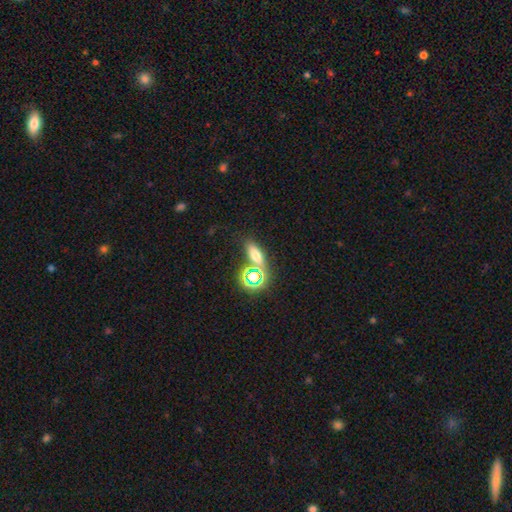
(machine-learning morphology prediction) Smooth or featured: smooth — 57% (star or artifact — 29%)
How rounded: in between — 58% (cigar-shaped — 26%)
Merging: none — 68% (merger — 17%)